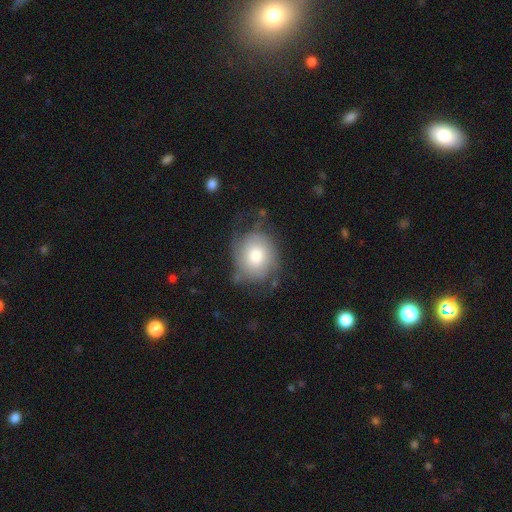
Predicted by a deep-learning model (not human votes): Q: Smooth or featured?
A: smooth (58%); runner-up: featured or disk (34%)
Q: How rounded?
A: round (72%); runner-up: in between (27%)
Q: Merging?
A: none (54%); runner-up: minor disturbance (27%)